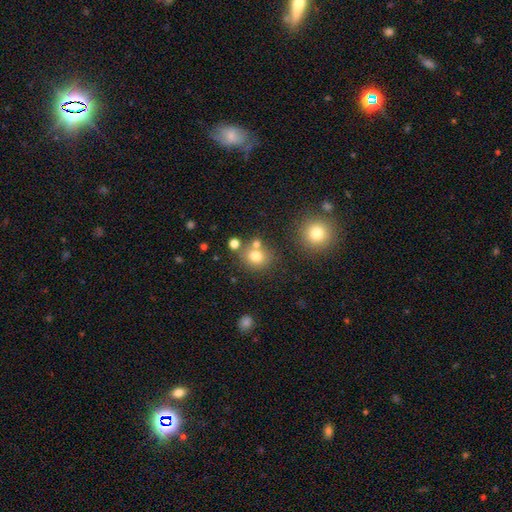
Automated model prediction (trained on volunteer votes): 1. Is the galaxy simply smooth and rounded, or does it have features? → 74% smooth, 15% star or artifact, 11% featured or disk.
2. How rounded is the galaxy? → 76% round, 23% in between, 1% cigar-shaped.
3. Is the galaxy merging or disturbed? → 64% none, 21% merger, 10% minor disturbance, 4% major disturbance.